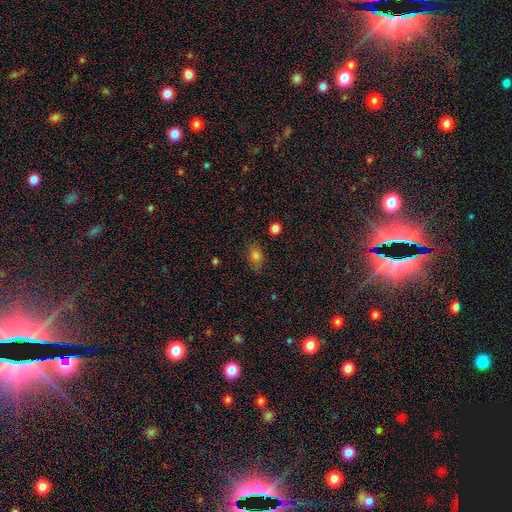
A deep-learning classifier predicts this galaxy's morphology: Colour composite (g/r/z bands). It shows a smooth galaxy with no disk features (79%) that is in between round and cigar-shaped (80%). Merging: none (78%).